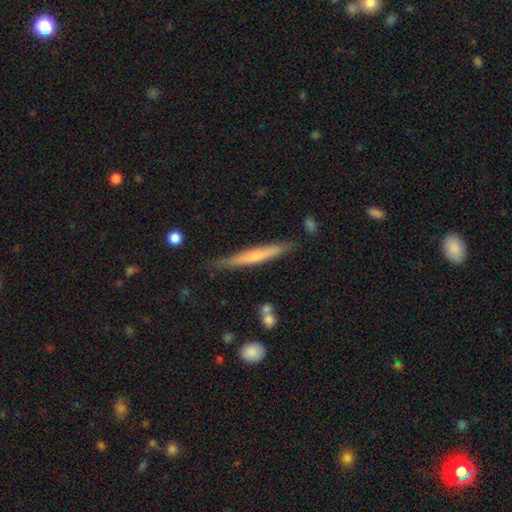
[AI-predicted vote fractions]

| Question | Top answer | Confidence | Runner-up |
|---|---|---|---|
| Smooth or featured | smooth | 52% | featured or disk (43%) |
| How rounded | cigar-shaped | 95% | in between (4%) |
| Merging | none | 81% | minor disturbance (14%) |